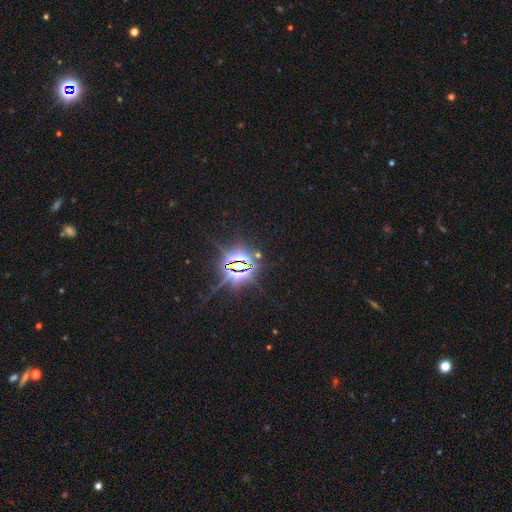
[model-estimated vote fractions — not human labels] The model was most divided on "smooth or featured": star or artifact: 85%, featured or disk: 8%, smooth: 7%.